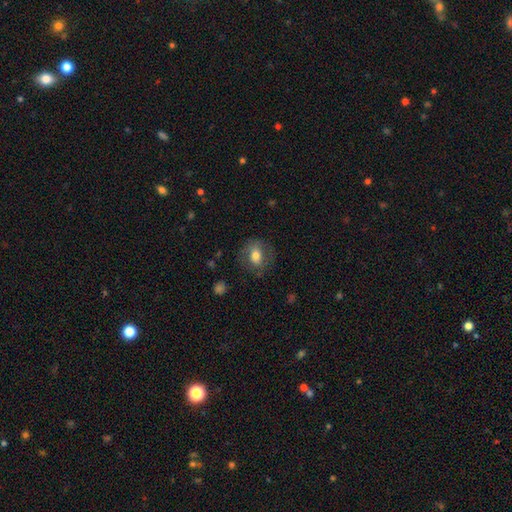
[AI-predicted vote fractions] smooth 63%, featured or disk 28%, star or artifact 8%. Down the decision tree: how rounded — round (54%); merging — none (75%).